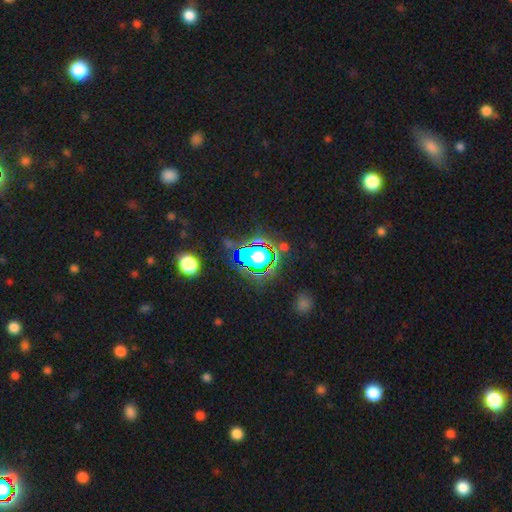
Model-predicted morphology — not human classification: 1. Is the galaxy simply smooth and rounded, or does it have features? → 61% star or artifact, 26% smooth, 13% featured or disk.